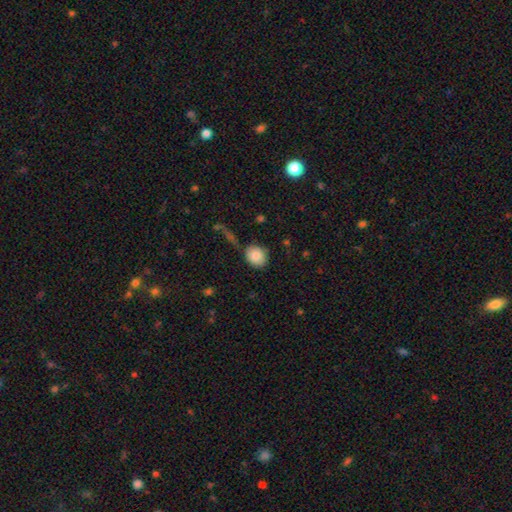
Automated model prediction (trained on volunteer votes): Smooth or featured? smooth (85%)
How rounded? round (66%)
Merging? none (77%)